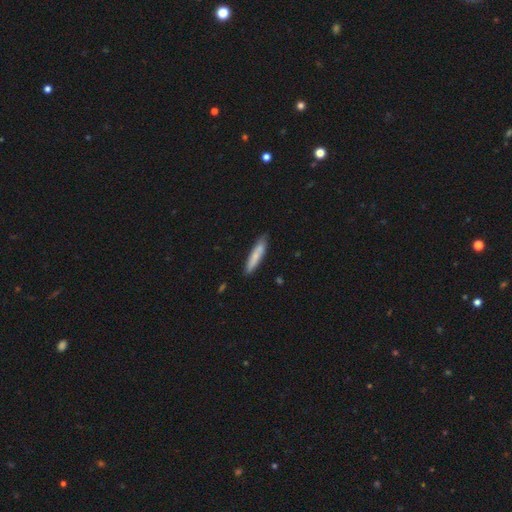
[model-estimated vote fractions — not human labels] The model was most divided on "smooth or featured": smooth: 74%, featured or disk: 21%, star or artifact: 6%. More confident: how rounded — cigar-shaped (87%); merging — none (81%).